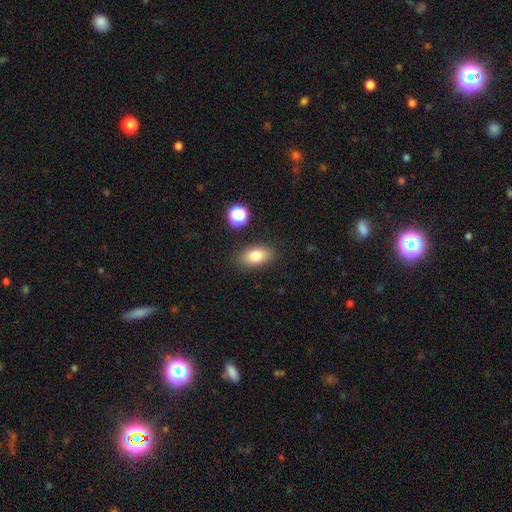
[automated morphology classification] This appears to be a smooth galaxy with no disk features (81%) that is in between round and cigar-shaped (88%). Merging: none (85%).